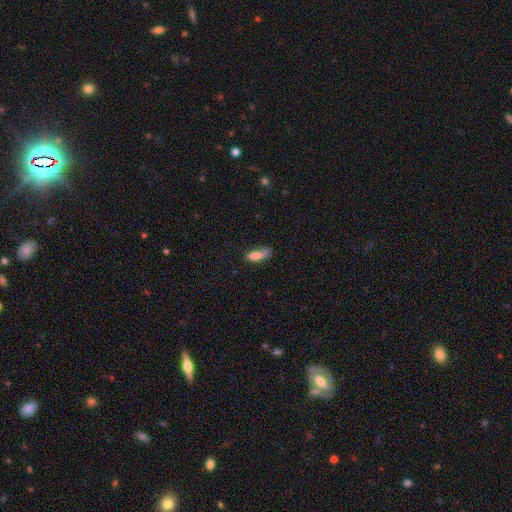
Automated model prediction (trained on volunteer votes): smooth 73%, featured or disk 19%, star or artifact 8%. Down the decision tree: how rounded — in between (64%); merging — none (42%).